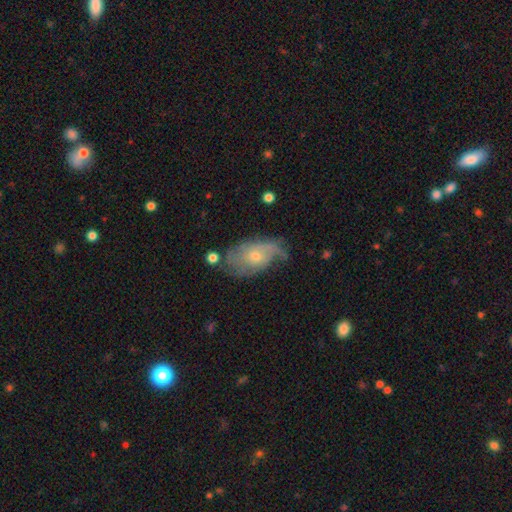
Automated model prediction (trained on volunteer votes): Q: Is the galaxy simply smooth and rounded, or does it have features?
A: featured or disk — 68%.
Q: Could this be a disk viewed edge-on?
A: no — 94%.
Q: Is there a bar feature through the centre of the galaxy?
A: no — 74%.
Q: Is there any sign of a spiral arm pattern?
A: yes — 84%.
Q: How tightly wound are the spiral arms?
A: medium — 38%.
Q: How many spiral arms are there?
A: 2 — 37%.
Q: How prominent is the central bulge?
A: small — 54%.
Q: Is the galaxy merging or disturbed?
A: none — 52%.